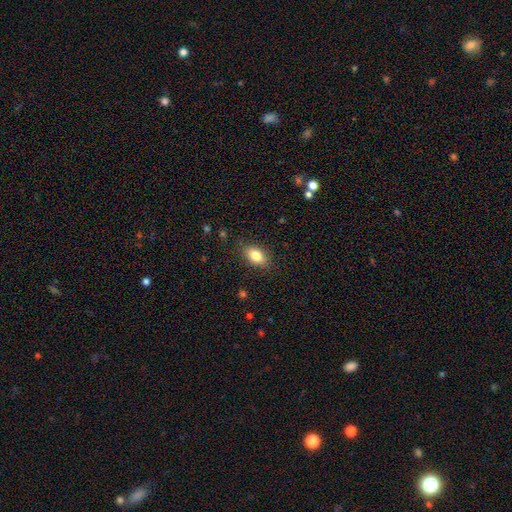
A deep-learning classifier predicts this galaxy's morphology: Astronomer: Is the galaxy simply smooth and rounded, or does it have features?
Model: smooth — 83%.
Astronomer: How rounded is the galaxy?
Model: in between — 86%.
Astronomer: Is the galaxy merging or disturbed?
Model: none — 85%.